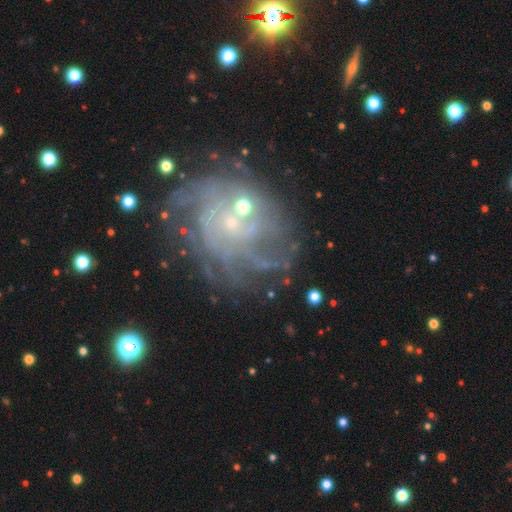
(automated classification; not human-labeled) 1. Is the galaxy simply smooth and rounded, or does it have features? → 74% featured or disk, 16% star or artifact, 9% smooth.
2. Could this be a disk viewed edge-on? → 97% no, 3% yes.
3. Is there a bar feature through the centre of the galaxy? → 62% no, 30% weak, 8% strong.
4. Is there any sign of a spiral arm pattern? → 91% yes, 9% no.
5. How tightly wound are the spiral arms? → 64% tight, 26% medium, 10% loose.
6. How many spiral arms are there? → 39% can't tell, 16% more than 4, 14% 4, 11% 3, 11% 2, 9% 1.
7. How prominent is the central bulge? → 76% small, 16% moderate, 6% none, 2% large, 1% dominant.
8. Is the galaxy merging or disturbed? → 69% none, 16% minor disturbance, 12% major disturbance, 4% merger.